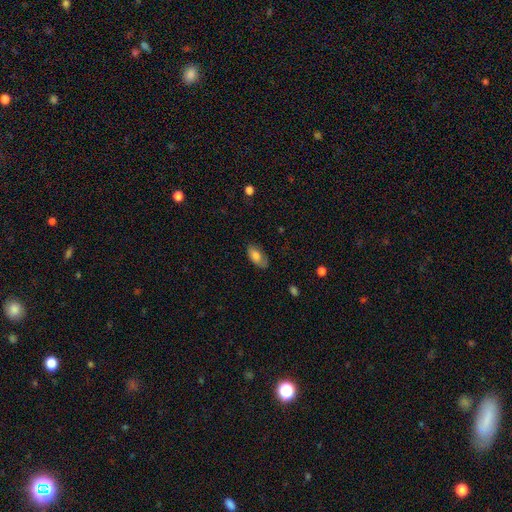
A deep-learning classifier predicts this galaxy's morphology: A smooth galaxy with no disk features (76%) that is in between round and cigar-shaped (92%).

Vote fractions:
- Smooth or featured? smooth: 76% / featured or disk: 17% / star or artifact: 7%
- How rounded? in between: 92% / cigar-shaped: 5% / round: 3%
- Merging? none: 74% / minor disturbance: 20% / major disturbance: 5% / merger: 1%